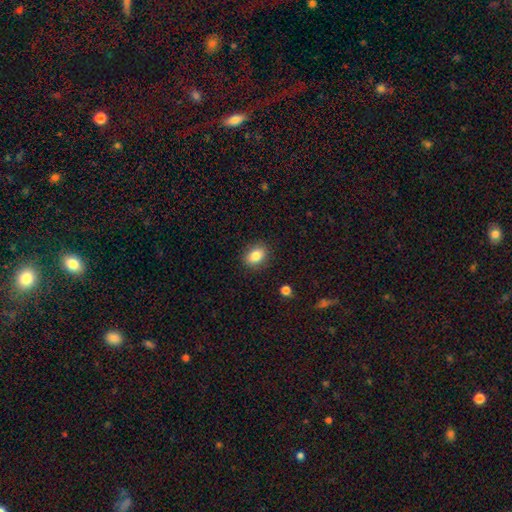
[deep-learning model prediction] A smooth galaxy with no disk features (84%) that is in between round and cigar-shaped (66%). Merging: none (87%).